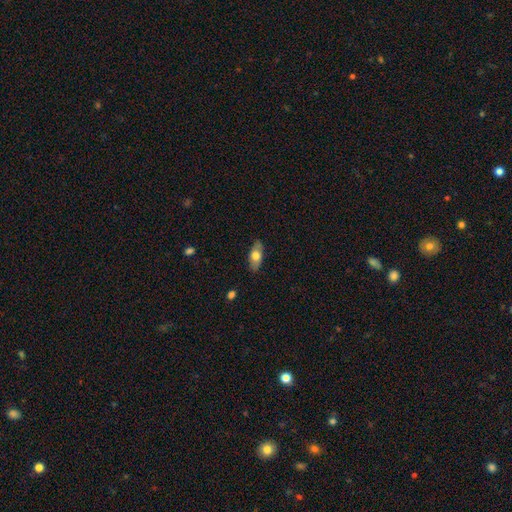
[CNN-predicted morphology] smooth_or_featured: smooth (p=0.66) [alt: featured or disk p=0.28]
how_rounded: in between (p=0.85) [alt: cigar-shaped p=0.12]
merging: none (p=0.85) [alt: minor disturbance p=0.12]